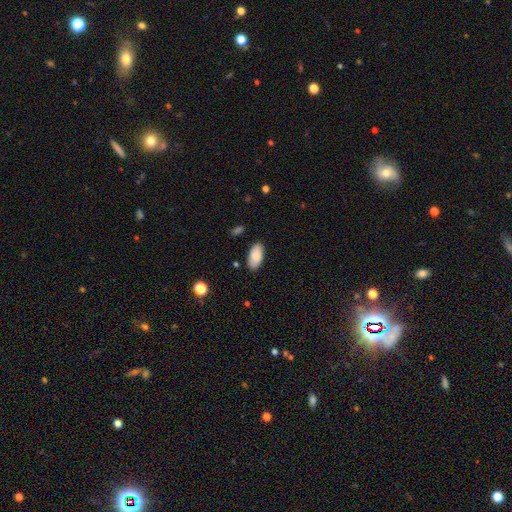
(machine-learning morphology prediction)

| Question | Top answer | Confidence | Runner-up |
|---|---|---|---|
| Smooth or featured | smooth | 88% | star or artifact (6%) |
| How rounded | in between | 94% | cigar-shaped (4%) |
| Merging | none | 87% | minor disturbance (10%) |